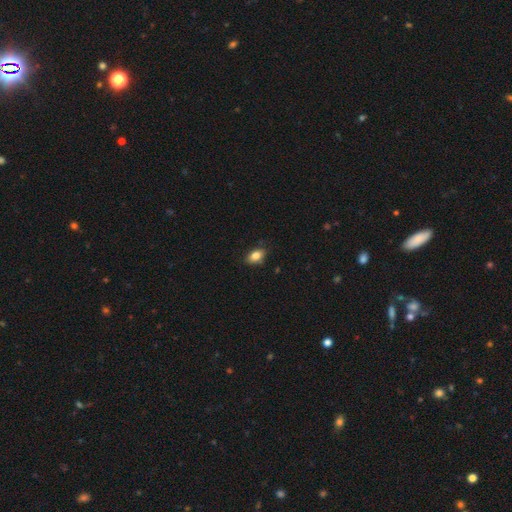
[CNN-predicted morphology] smooth_or_featured: smooth (p=0.84) [alt: star or artifact p=0.09]
how_rounded: in between (p=0.86) [alt: round p=0.11]
merging: none (p=0.83) [alt: minor disturbance p=0.13]